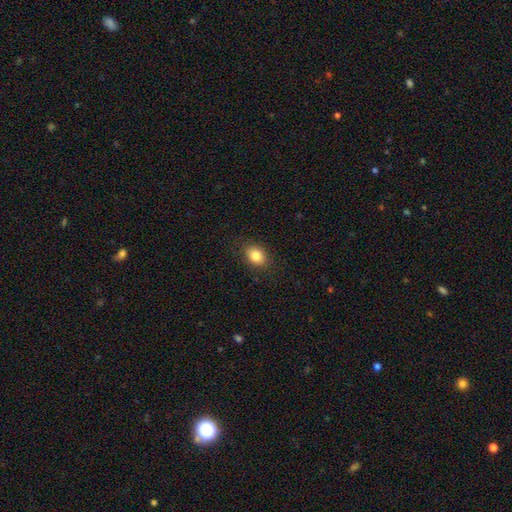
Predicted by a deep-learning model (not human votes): smooth-or-featured: smooth: 84% | star or artifact: 9% | featured or disk: 7%
  how-rounded: in between: 68% | round: 31% | cigar-shaped: 1%
  merging: none: 87% | minor disturbance: 9% | major disturbance: 3% | merger: 1%